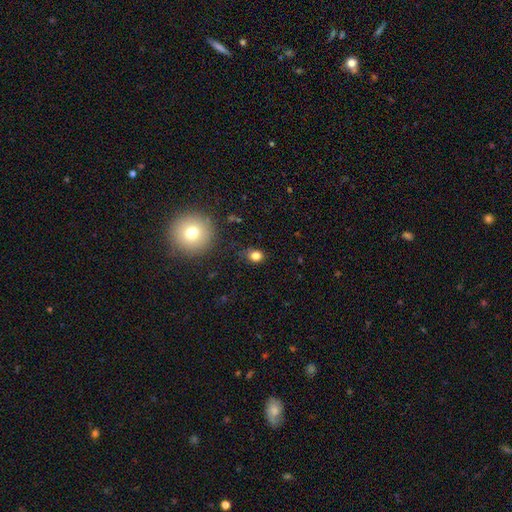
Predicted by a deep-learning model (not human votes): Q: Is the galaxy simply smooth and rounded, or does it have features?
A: smooth — 80%.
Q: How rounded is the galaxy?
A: round — 59%.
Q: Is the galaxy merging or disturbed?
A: none — 70%.